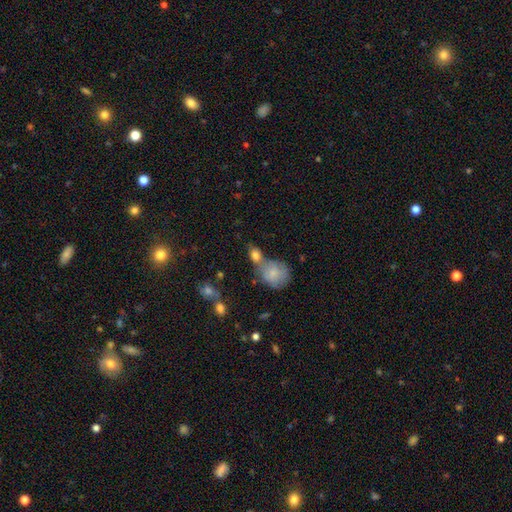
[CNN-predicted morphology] Smooth or featured? smooth (78%)
How rounded? in between (55%)
Merging? merger (46%)